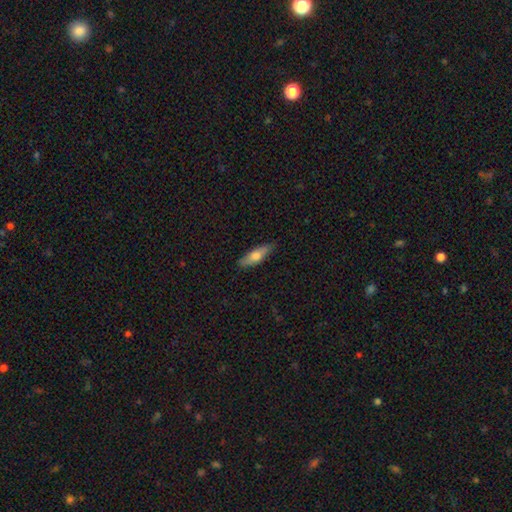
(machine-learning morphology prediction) type=smooth (64%); roundness=cigar-shaped (51%); merging=none (85%).